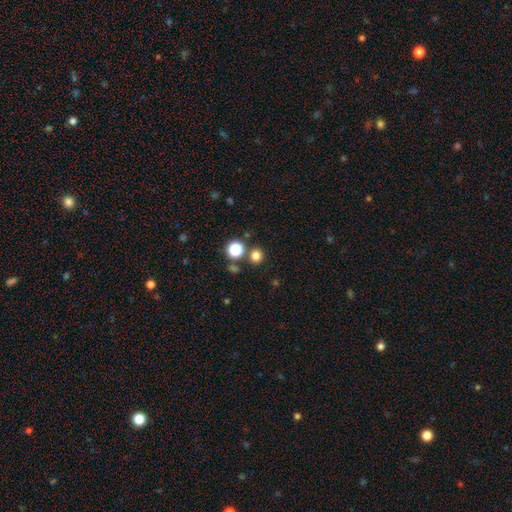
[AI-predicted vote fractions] A smooth galaxy with no disk features (78%) that is round (91%).

Vote fractions:
- Smooth or featured? smooth: 78% / star or artifact: 17% / featured or disk: 5%
- How rounded? round: 91% / in between: 8% / cigar-shaped: 1%
- Merging? none: 81% / merger: 10% / minor disturbance: 6% / major disturbance: 3%